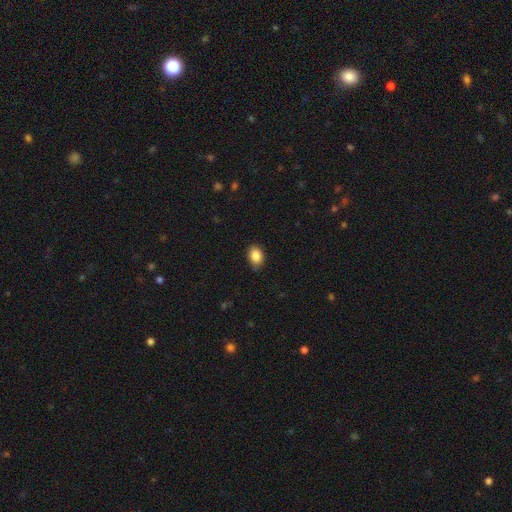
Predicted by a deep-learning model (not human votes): Q: Smooth or featured?
A: smooth (87%); runner-up: star or artifact (8%)
Q: How rounded?
A: in between (74%); runner-up: round (25%)
Q: Merging?
A: none (82%); runner-up: minor disturbance (15%)